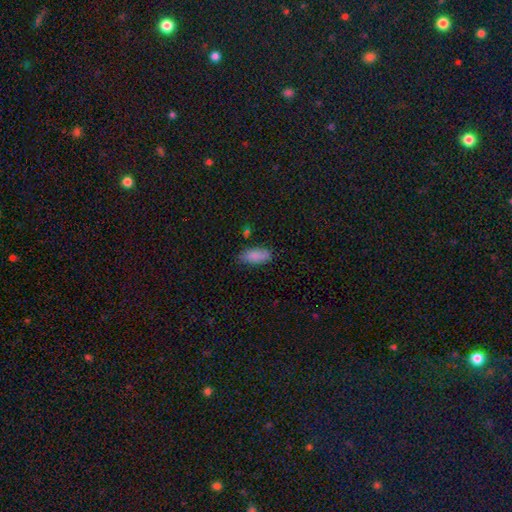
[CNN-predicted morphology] smooth_or_featured: smooth (p=0.87) [alt: star or artifact p=0.07]
how_rounded: in between (p=0.86) [alt: cigar-shaped p=0.12]
merging: none (p=0.75) [alt: minor disturbance p=0.19]